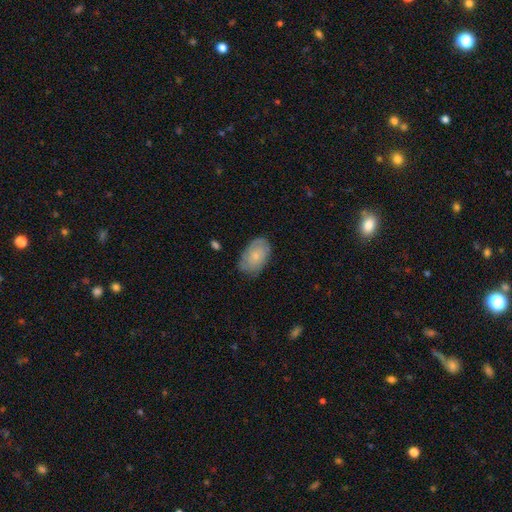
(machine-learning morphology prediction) Smooth or featured? smooth (52%)
How rounded? in between (89%)
Merging? none (73%)